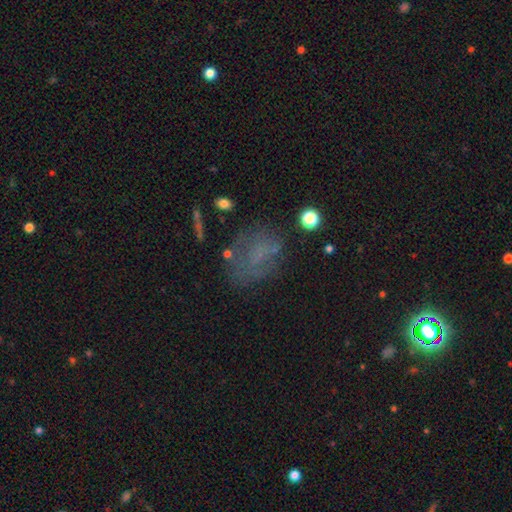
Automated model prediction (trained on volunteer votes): Smooth or featured? smooth (39%)
Merging? none (53%)